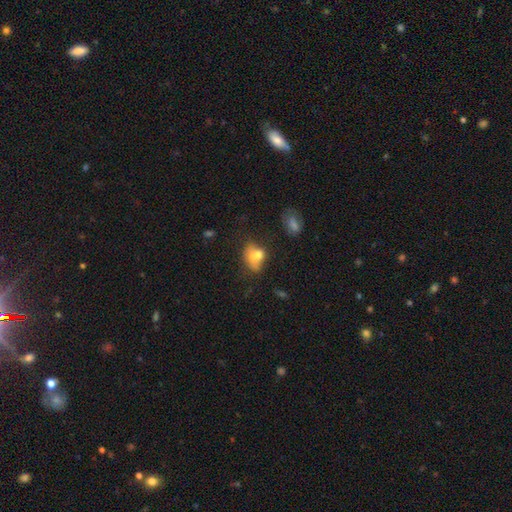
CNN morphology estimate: Smooth or featured? smooth (64%)
How rounded? in between (62%)
Merging? merger (48%)